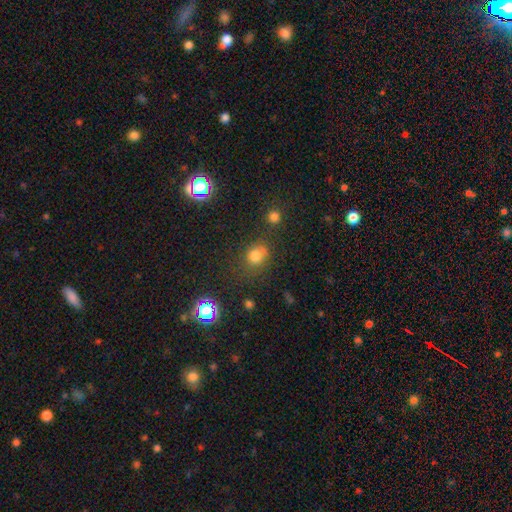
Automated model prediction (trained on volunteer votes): smooth-or-featured: smooth: 72% | star or artifact: 20% | featured or disk: 8%
  how-rounded: round: 63% | in between: 36% | cigar-shaped: 1%
  merging: none: 65% | minor disturbance: 19% | major disturbance: 9% | merger: 7%